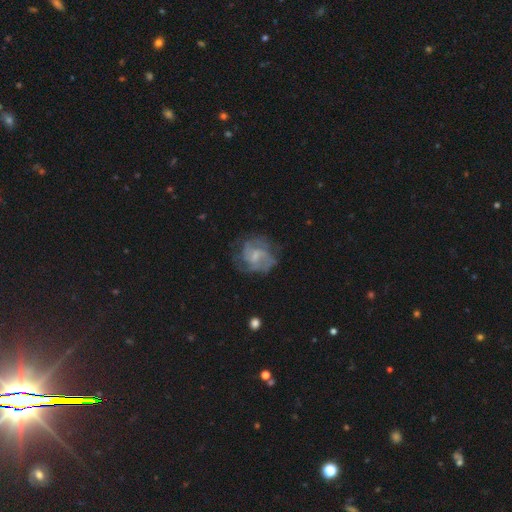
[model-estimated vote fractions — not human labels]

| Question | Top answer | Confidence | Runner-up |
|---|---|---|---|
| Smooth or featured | featured or disk | 74% | smooth (19%) |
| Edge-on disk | no | 98% | yes (2%) |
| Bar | weak | 53% | no (36%) |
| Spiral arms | yes | 85% | no (15%) |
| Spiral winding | medium | 47% | tight (32%) |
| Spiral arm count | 2 | 33% | can't tell (30%) |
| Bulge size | small | 40% | none (29%) |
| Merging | none | 61% | minor disturbance (21%) |